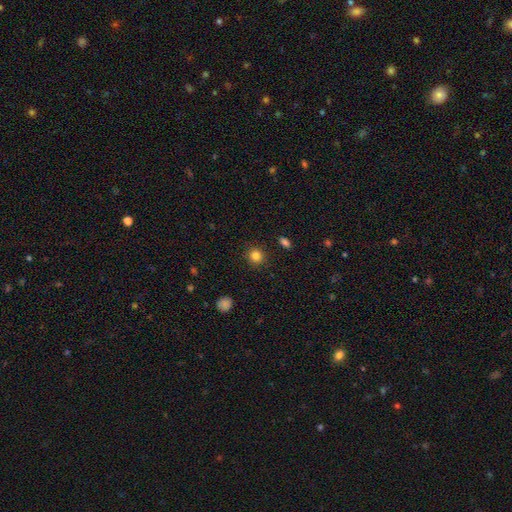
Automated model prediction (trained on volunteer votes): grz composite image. It shows a smooth galaxy with no disk features (83%) that is round (89%). Merging: none (90%).